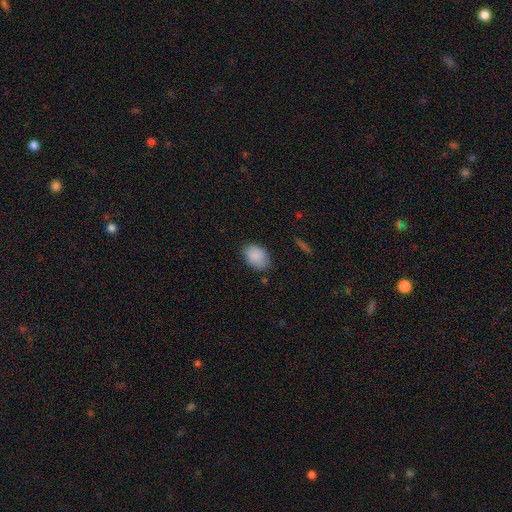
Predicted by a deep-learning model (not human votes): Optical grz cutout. It shows a smooth galaxy with no disk features (87%) that is in between round and cigar-shaped (77%). Merging: none (75%).